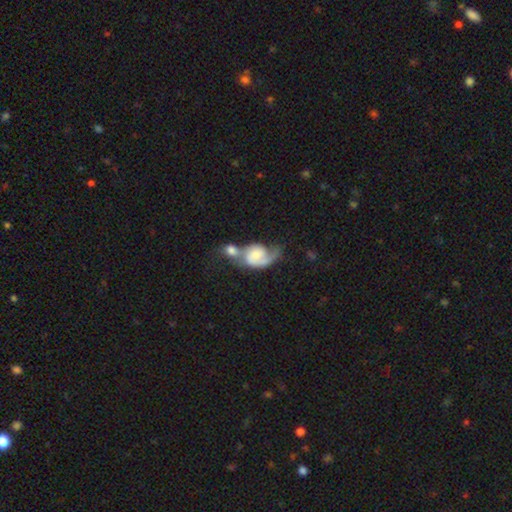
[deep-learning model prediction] Smooth or featured?
  - featured or disk: 58% *
  - smooth: 35%
  - star or artifact: 7%
Edge-on disk?
  - no: 97% *
  - yes: 3%
Bar?
  - no: 67% *
  - weak: 27%
  - strong: 6%
Spiral arms?
  - yes: 82% *
  - no: 18%
Bulge size?
  - small: 35% *
  - moderate: 32%
  - none: 15%
  - large: 15%
  - dominant: 4%
Merging?
  - merger: 67% *
  - major disturbance: 14%
  - none: 11%
  - minor disturbance: 7%